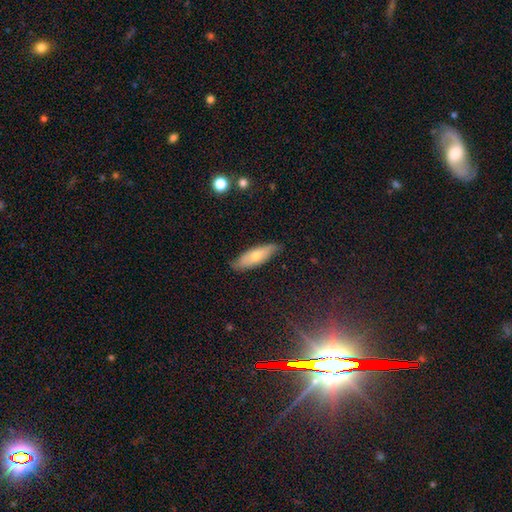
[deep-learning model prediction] Smooth or featured: smooth — 56% (featured or disk — 36%)
How rounded: in between — 52% (cigar-shaped — 46%)
Merging: none — 82% (minor disturbance — 15%)